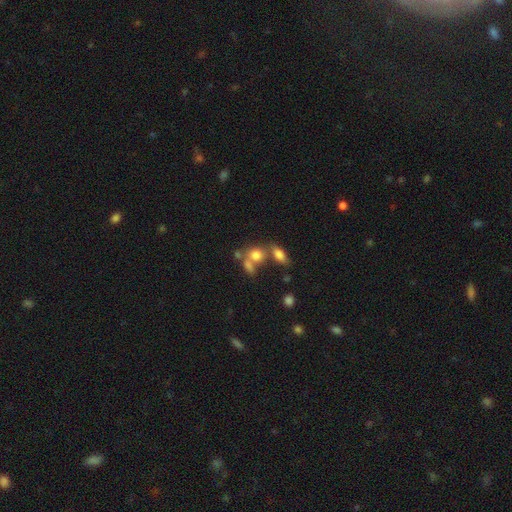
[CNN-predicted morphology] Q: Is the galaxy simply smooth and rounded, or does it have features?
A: smooth — 74%.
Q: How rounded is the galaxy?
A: round — 54%.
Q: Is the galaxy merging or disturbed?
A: merger — 44%.